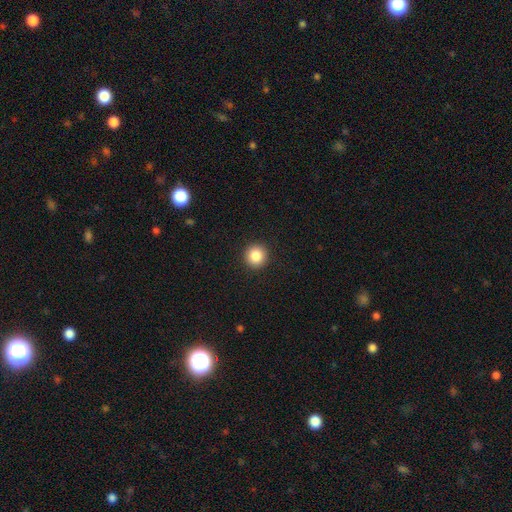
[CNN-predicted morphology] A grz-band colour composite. It shows a smooth galaxy with no disk features (86%) that is round (94%). Merging: none (93%).